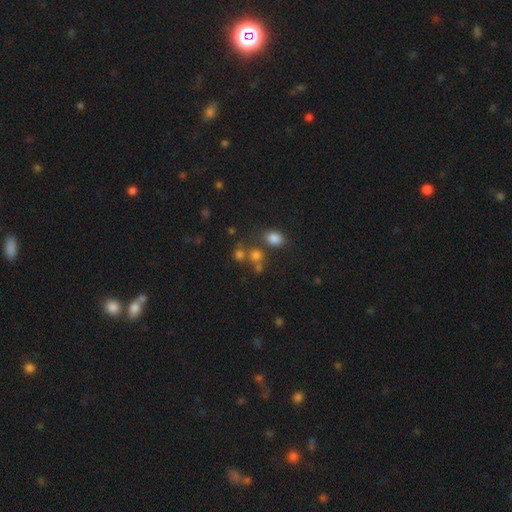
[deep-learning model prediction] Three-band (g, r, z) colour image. It shows a smooth galaxy with no disk features (71%) that is round (75%). Merging: none (58%).